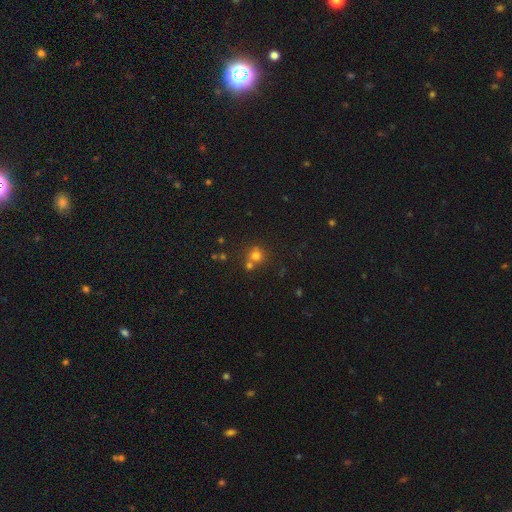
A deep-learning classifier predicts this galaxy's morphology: Smooth or featured?
  - smooth: 72% *
  - star or artifact: 18%
  - featured or disk: 10%
How rounded?
  - round: 88% *
  - in between: 11%
  - cigar-shaped: 1%
Merging?
  - none: 56% *
  - merger: 32%
  - minor disturbance: 8%
  - major disturbance: 3%